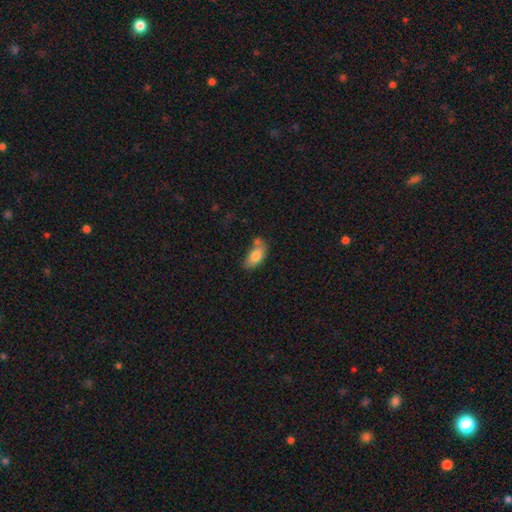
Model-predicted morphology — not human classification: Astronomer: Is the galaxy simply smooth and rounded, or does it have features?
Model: smooth — 79%.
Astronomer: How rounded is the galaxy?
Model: in between — 91%.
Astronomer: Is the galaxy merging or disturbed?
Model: none — 42% (runner-up: minor disturbance, 25%).